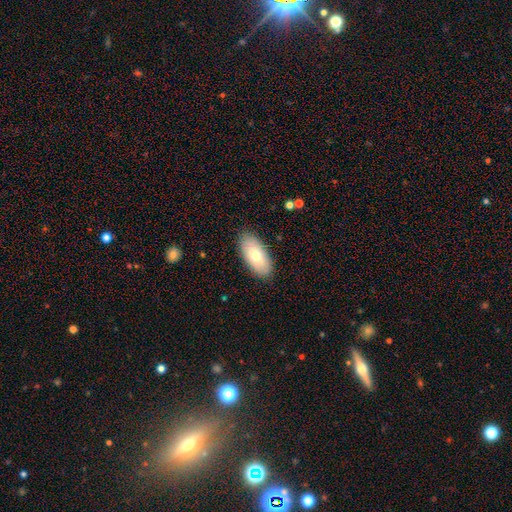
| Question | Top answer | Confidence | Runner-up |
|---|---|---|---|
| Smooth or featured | smooth | 80% | featured or disk (18%) |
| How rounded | in between | 97% | cigar-shaped (3%) |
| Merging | none | 87% | minor disturbance (10%) |